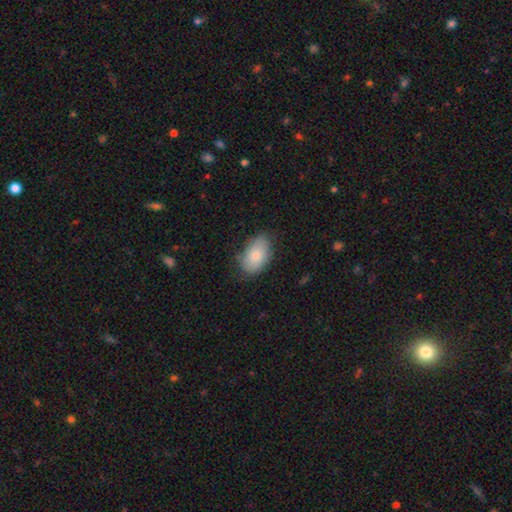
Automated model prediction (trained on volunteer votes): This appears to be a smooth galaxy with no disk features (80%) that is in between round and cigar-shaped (90%). Merging: none (70%).